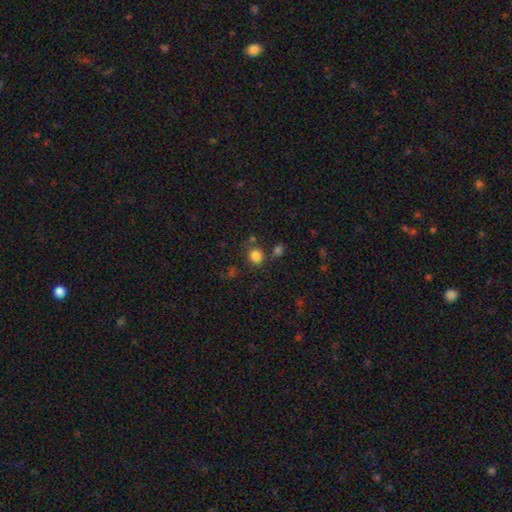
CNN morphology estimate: Smooth or featured? smooth (83%)
How rounded? round (79%)
Merging? none (76%)